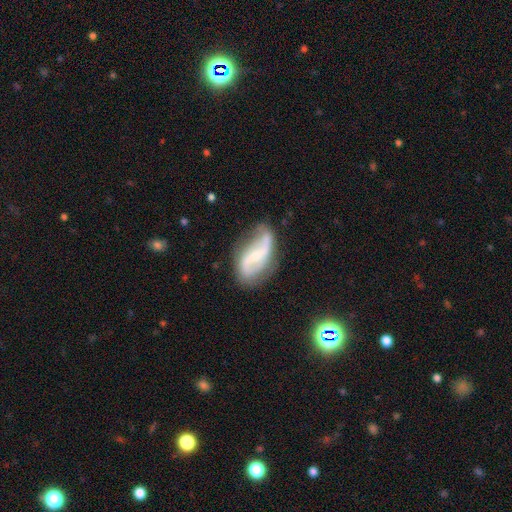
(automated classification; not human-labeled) This is clearly a featured or disk galaxy (83%). It is clearly not viewed edge-on (95%). Bar: marginally weak (38%). Spiral arm pattern: clearly yes (93%). Spiral arm count: clearly 2 (88%). Spiral winding: likely loose (63%). Central bulge: likely small (65%). Merging: likely none (64%).